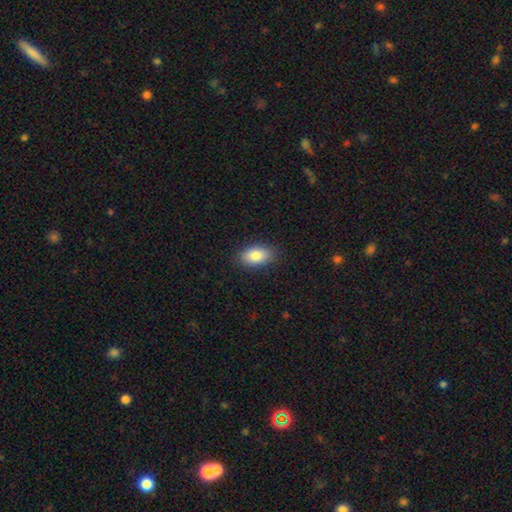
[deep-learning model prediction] smooth 84%, featured or disk 9%, star or artifact 7%. Down the decision tree: how rounded — in between (91%); merging — none (88%).